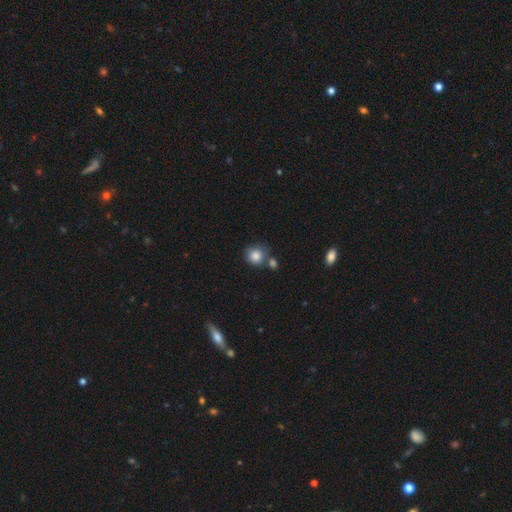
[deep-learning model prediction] smooth-or-featured: smooth: 84% | star or artifact: 9% | featured or disk: 7%
  how-rounded: round: 87% | in between: 12% | cigar-shaped: 1%
  merging: none: 61% | merger: 19% | minor disturbance: 15% | major disturbance: 5%